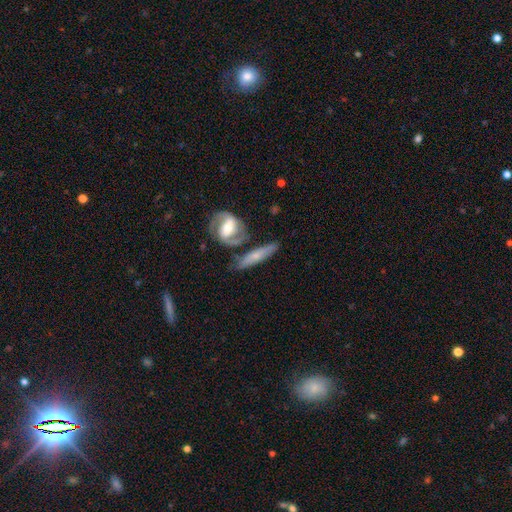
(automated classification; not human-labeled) Morphology: type=featured or disk (50%); edge-on=no (55%); merging=none (62%).